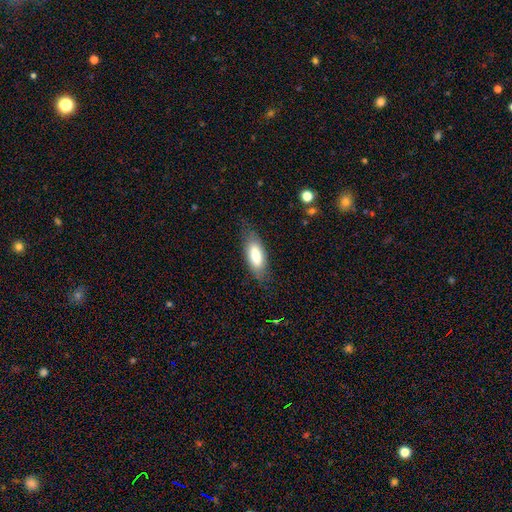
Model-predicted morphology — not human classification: smooth_or_featured: smooth (p=0.76) [alt: featured or disk p=0.18]
how_rounded: in between (p=0.76) [alt: cigar-shaped p=0.22]
merging: none (p=0.75) [alt: minor disturbance p=0.18]